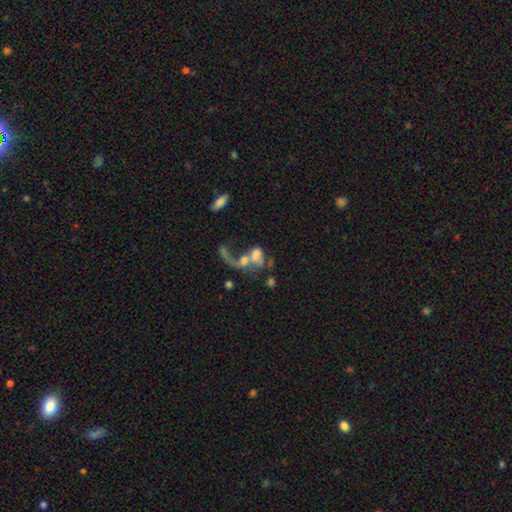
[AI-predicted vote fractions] A featured or disk galaxy (46%).

Vote fractions:
- Smooth or featured? featured or disk: 46% / smooth: 41% / star or artifact: 12%
- Merging? merger: 59% / major disturbance: 24% / none: 12% / minor disturbance: 6%